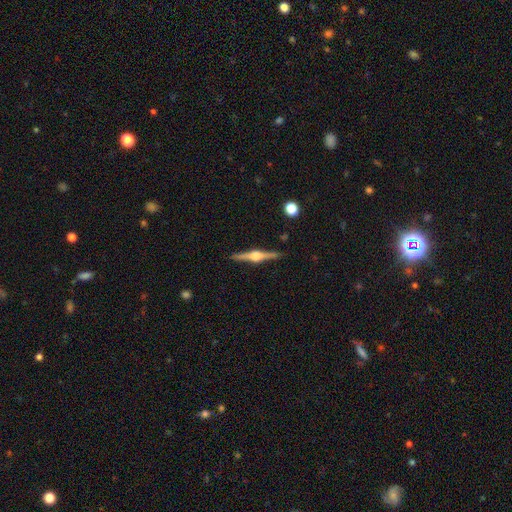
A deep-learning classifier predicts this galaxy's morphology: Smooth or featured? Predicted: featured or disk (p=0.84). Edge-on disk? Predicted: yes (p=0.98). Edge-on bulge? Predicted: rounded (p=0.93). Merging? Predicted: none (p=0.90).